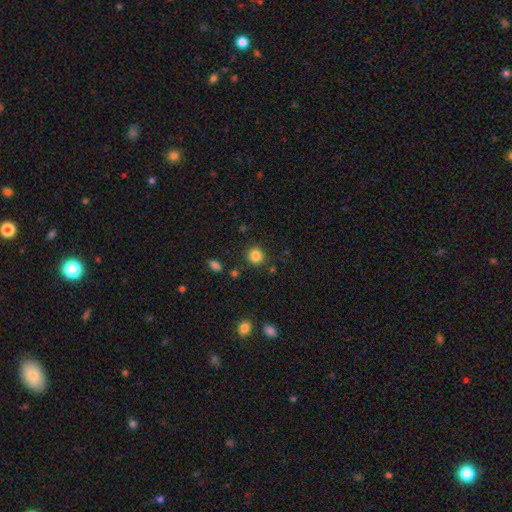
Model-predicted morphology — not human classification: Smooth or featured? smooth (85%)
How rounded? round (85%)
Merging? none (86%)